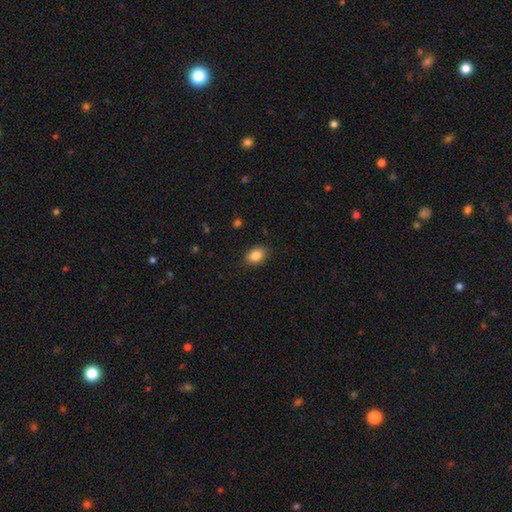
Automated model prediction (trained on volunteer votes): Smooth or featured?
  - smooth: 86% *
  - star or artifact: 9%
  - featured or disk: 6%
How rounded?
  - in between: 78% *
  - round: 21%
  - cigar-shaped: 1%
Merging?
  - none: 85% *
  - minor disturbance: 11%
  - major disturbance: 2%
  - merger: 1%